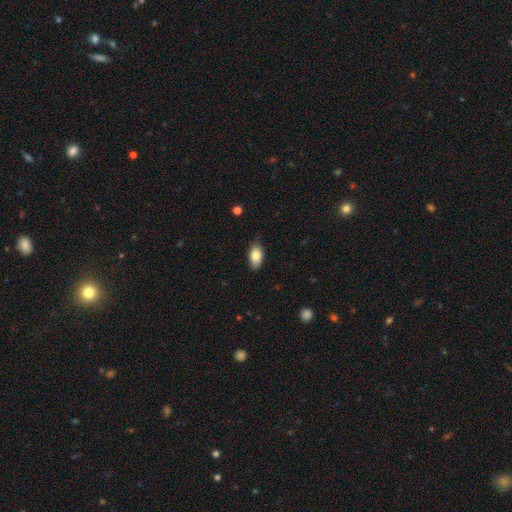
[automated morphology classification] This is clearly a smooth galaxy (84%). How rounded: clearly in between (93%). Merging: clearly none (82%).